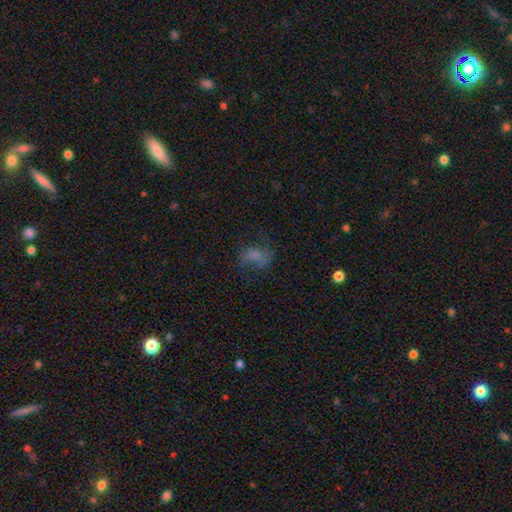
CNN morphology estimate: Smooth or featured? smooth (59%)
How rounded? in between (78%)
Merging? none (52%)